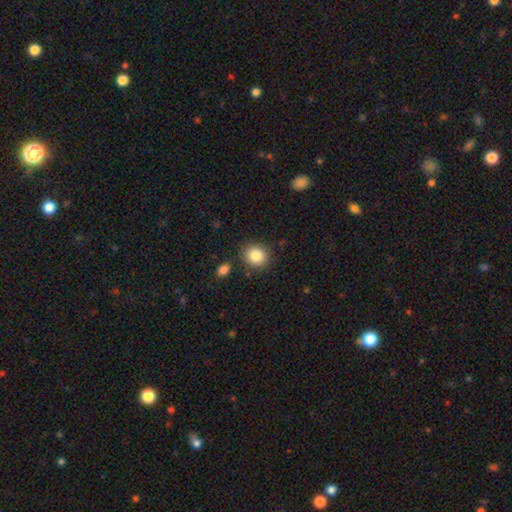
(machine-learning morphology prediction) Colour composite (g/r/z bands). It shows a smooth galaxy with no disk features (85%) that is round (83%). Merging: none (86%).